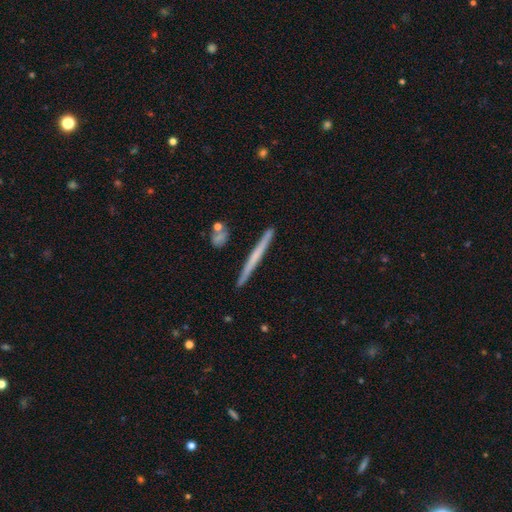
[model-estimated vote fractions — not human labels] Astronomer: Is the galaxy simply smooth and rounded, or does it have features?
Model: featured or disk — 51% (runner-up: smooth, 43%).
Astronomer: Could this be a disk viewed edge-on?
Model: yes — 97%.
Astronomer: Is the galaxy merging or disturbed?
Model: none — 91%.